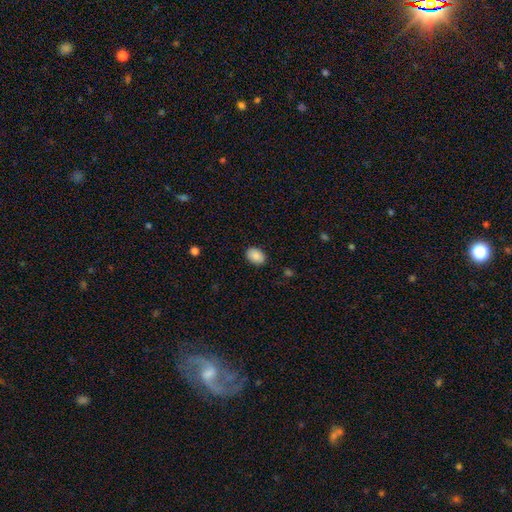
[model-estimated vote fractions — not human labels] A smooth galaxy with no disk features (89%) that is in between round and cigar-shaped (80%). Merging: none (88%).